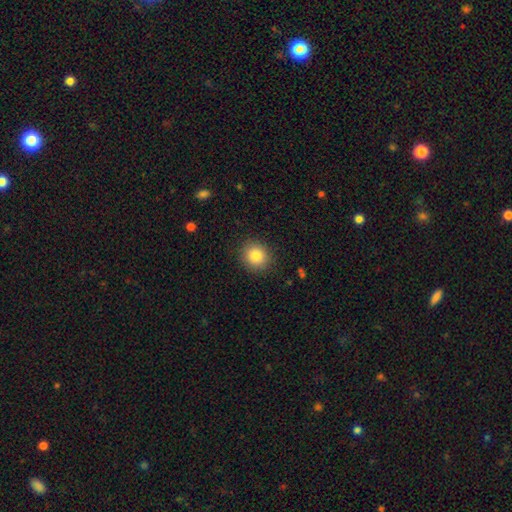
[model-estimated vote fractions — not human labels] smooth-or-featured: smooth: 84% | star or artifact: 10% | featured or disk: 6%
  how-rounded: round: 86% | in between: 14% | cigar-shaped: 1%
  merging: none: 89% | minor disturbance: 7% | major disturbance: 3% | merger: 1%